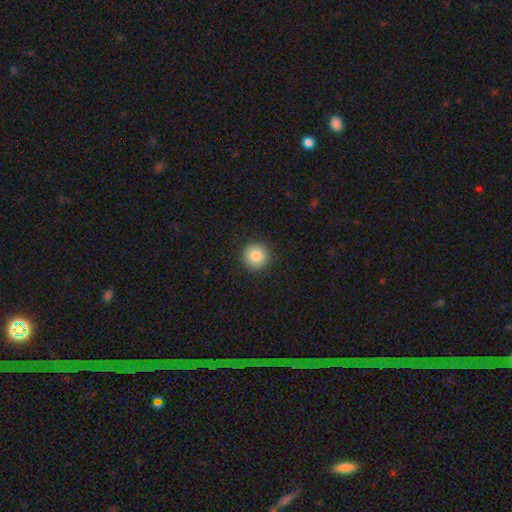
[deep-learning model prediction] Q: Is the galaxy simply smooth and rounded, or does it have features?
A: smooth — 85%.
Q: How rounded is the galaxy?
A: round — 95%.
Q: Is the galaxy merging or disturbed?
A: none — 92%.